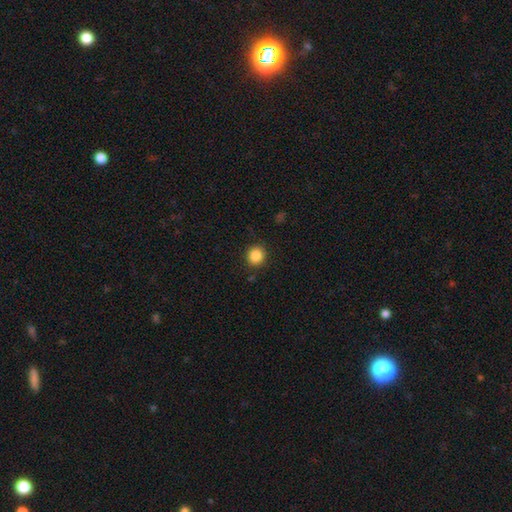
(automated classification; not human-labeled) Smooth or featured: smooth — 87% (star or artifact — 10%)
How rounded: round — 88% (in between — 11%)
Merging: none — 89% (minor disturbance — 7%)